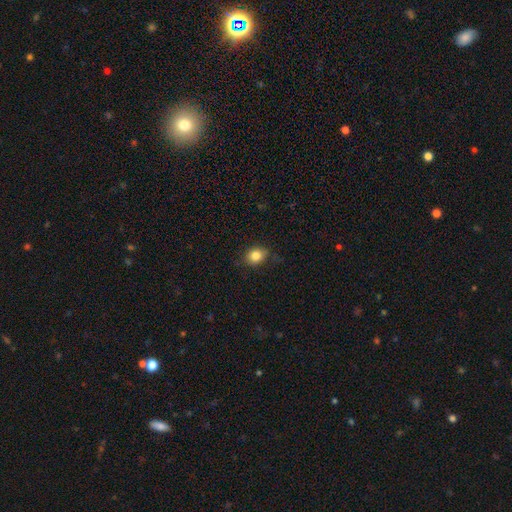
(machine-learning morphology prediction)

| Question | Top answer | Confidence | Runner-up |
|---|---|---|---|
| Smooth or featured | smooth | 83% | star or artifact (10%) |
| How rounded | round | 54% | in between (45%) |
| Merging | none | 78% | minor disturbance (17%) |